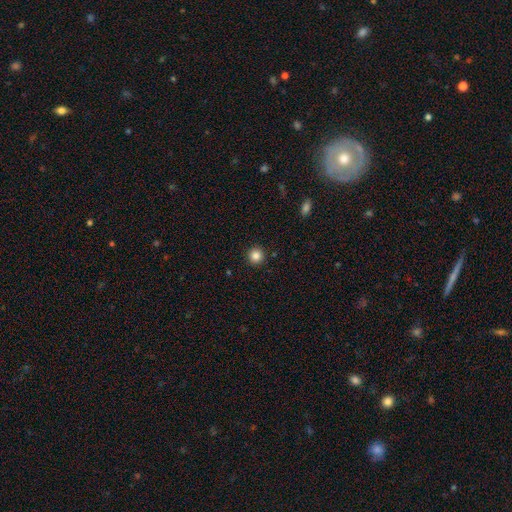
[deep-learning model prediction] smooth-or-featured: smooth: 85% | star or artifact: 11% | featured or disk: 4%
  how-rounded: round: 95% | in between: 4% | cigar-shaped: 1%
  merging: none: 93% | minor disturbance: 4% | major disturbance: 2% | merger: 1%